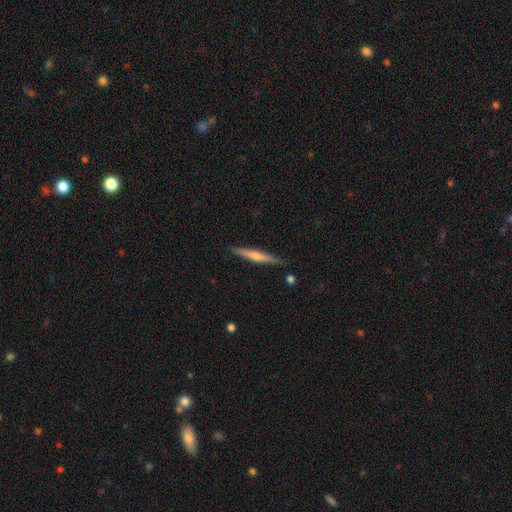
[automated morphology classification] The model was most divided on "smooth or featured": featured or disk: 64%, smooth: 30%, star or artifact: 6%. More confident: edge-on disk — yes (98%); merging — none (90%); edge-on bulge — rounded (71%).